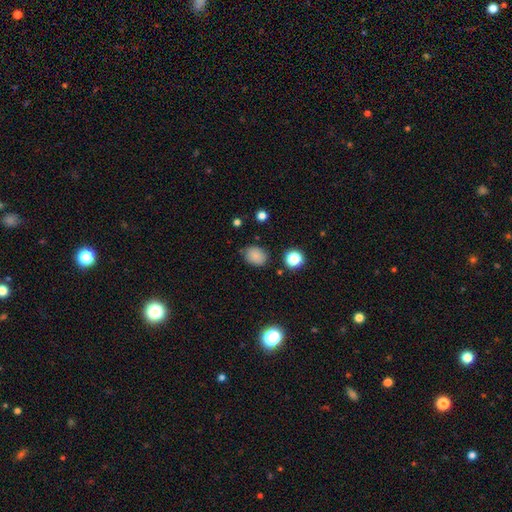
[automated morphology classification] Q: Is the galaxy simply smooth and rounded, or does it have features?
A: smooth — 83%.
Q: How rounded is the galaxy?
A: in between — 58%.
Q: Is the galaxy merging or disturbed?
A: none — 79%.